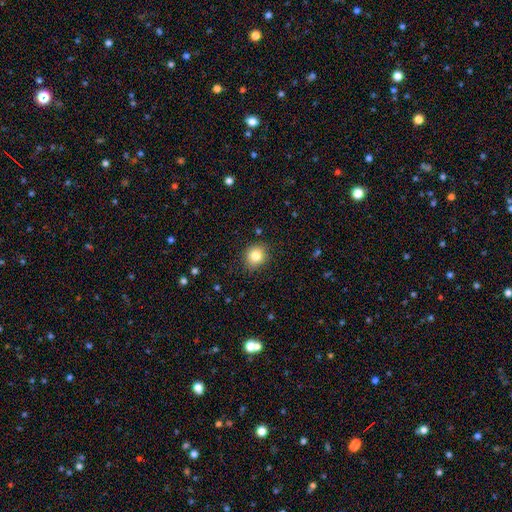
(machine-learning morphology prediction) A smooth galaxy with no disk features (83%) that is round (82%). Merging: none (87%).